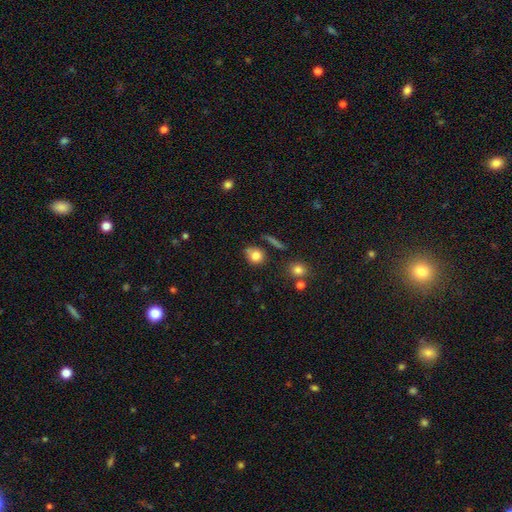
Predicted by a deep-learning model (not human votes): smooth-or-featured: smooth: 80% | star or artifact: 10% | featured or disk: 9%
  how-rounded: round: 70% | in between: 28% | cigar-shaped: 2%
  merging: none: 64% | minor disturbance: 20% | merger: 9% | major disturbance: 7%